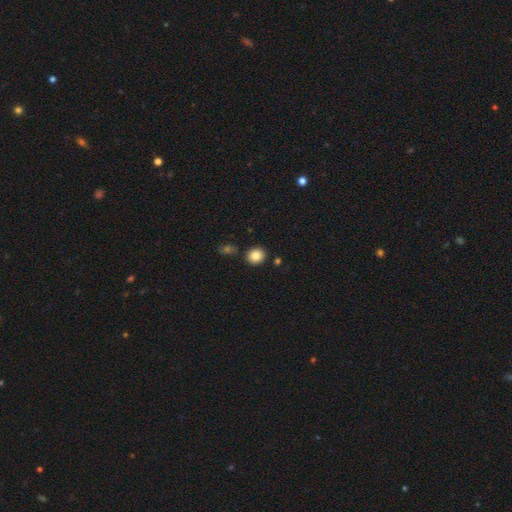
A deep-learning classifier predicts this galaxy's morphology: The model was most divided on "how rounded": round: 82%, in between: 17%, cigar-shaped: 1%. More confident: merging — none (87%); smooth or featured — smooth (84%).